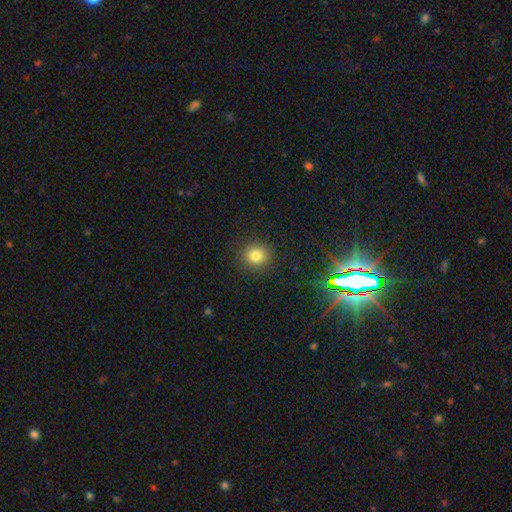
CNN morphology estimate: smooth_or_featured: smooth (p=0.79) [alt: star or artifact p=0.15]
how_rounded: round (p=0.89) [alt: in between p=0.10]
merging: none (p=0.89) [alt: minor disturbance p=0.07]